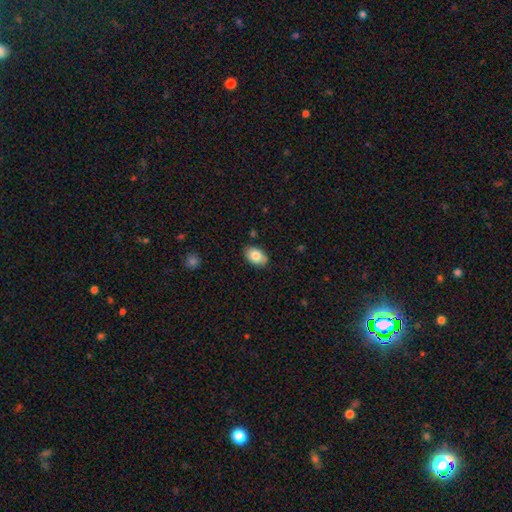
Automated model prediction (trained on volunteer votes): Smooth or featured: smooth — 82% (featured or disk — 11%)
How rounded: in between — 89% (round — 10%)
Merging: none — 82% (minor disturbance — 14%)